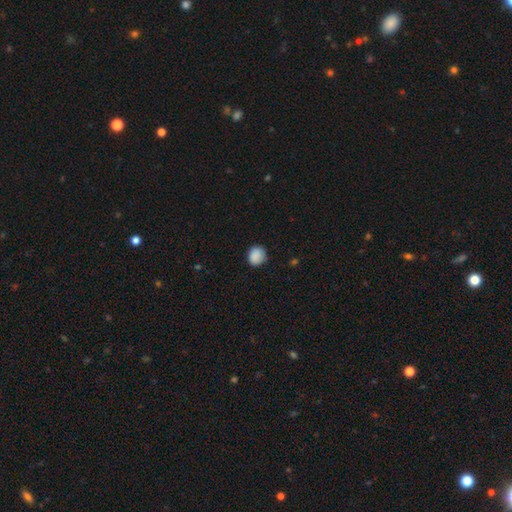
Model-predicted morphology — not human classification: The model was most divided on "how rounded": round: 76%, in between: 23%, cigar-shaped: 1%. More confident: smooth or featured — smooth (88%); merging — none (83%).